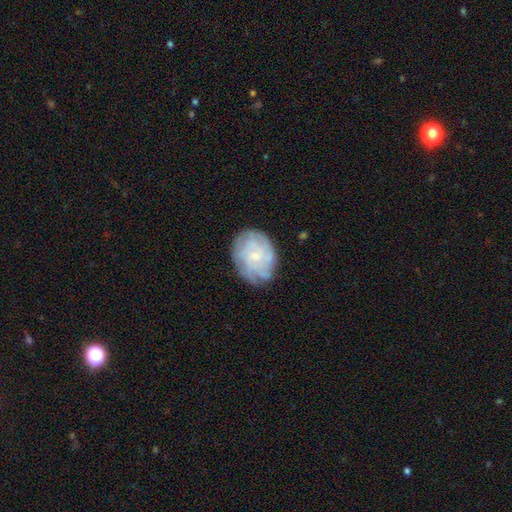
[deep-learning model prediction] smooth-or-featured: featured or disk: 65% | smooth: 27% | star or artifact: 8%
  disk-edge-on: no: 97% | yes: 3%
    bar: no: 76% | weak: 21% | strong: 3%
    has-spiral-arms: yes: 84% | no: 16%
      spiral-winding: tight: 65% | medium: 26% | loose: 9%
      spiral-arm-count: can't tell: 51% | 4: 17% | more than 4: 10% | 3: 10% | 2: 7% | 1: 5%
    bulge-size: small: 66% | moderate: 26% | none: 5% | large: 2% | dominant: 1%
  merging: none: 74% | minor disturbance: 19% | major disturbance: 6% | merger: 1%